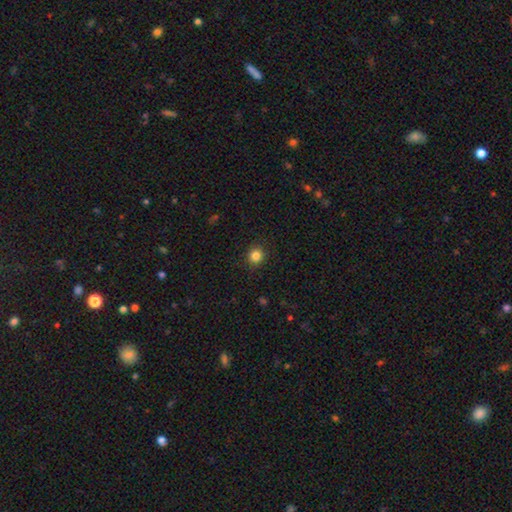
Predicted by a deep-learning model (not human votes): Overall: smooth (84%). How rounded: round (91%). Merging: none (90%).